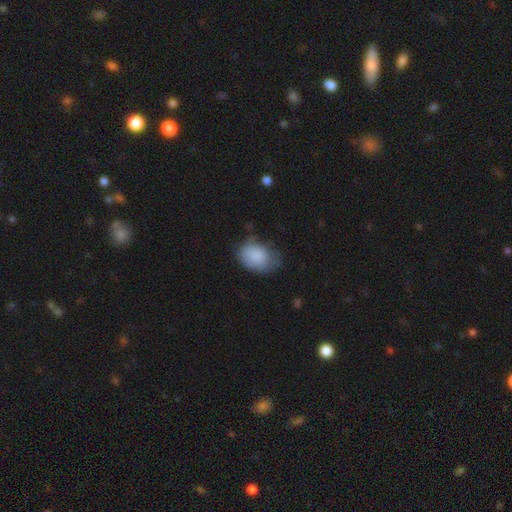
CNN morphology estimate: Overall: smooth (85%). How rounded: in between (73%). Merging: none (46%; minor disturbance 37%).